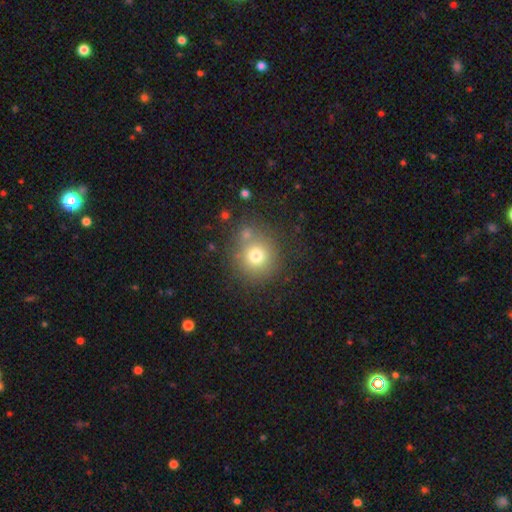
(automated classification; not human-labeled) Overall: smooth (72%). How rounded: round (90%). Merging: none (72%).